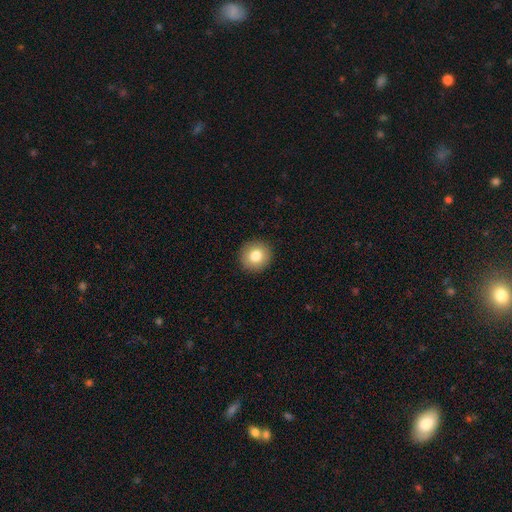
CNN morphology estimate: Smooth or featured? Predicted: smooth (p=0.80). How rounded? Predicted: round (p=0.92). Merging? Predicted: none (p=0.92).